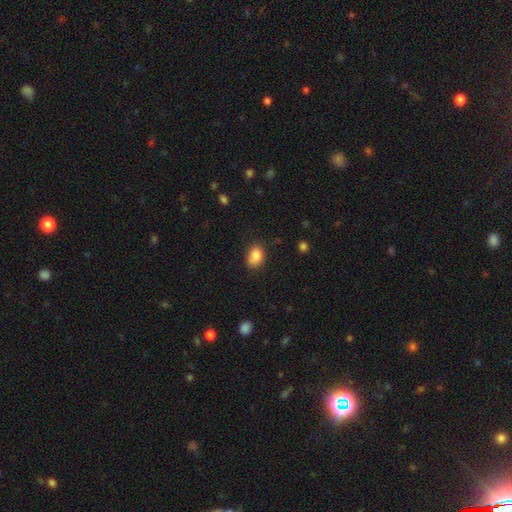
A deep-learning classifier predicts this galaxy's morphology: Smooth or featured: smooth — 85% (star or artifact — 9%)
How rounded: in between — 74% (round — 24%)
Merging: none — 75% (minor disturbance — 19%)